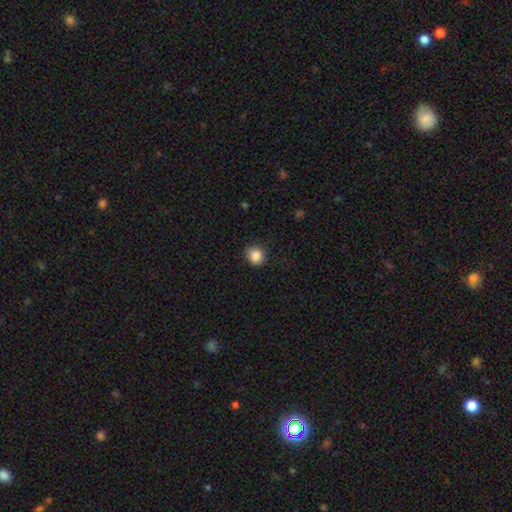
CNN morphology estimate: A smooth galaxy with no disk features (87%) that is round (82%).

Vote fractions:
- Smooth or featured? smooth: 87% / star or artifact: 9% / featured or disk: 3%
- How rounded? round: 82% / in between: 17% / cigar-shaped: 1%
- Merging? none: 81% / minor disturbance: 14% / major disturbance: 3% / merger: 1%